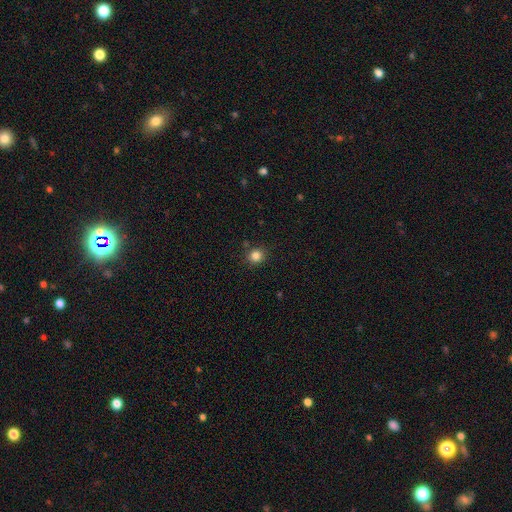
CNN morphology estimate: Smooth or featured? smooth (83%)
How rounded? round (89%)
Merging? none (88%)